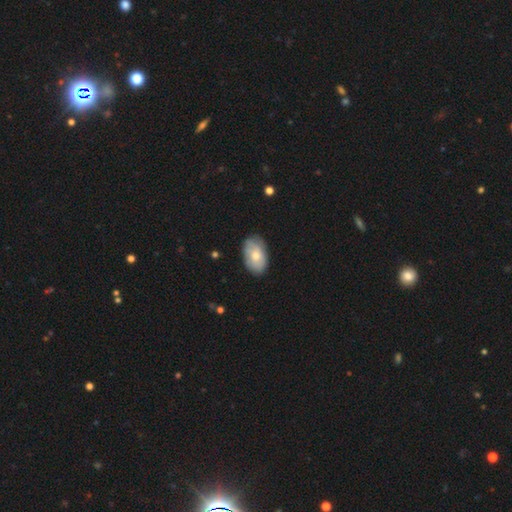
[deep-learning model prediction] Morphology: type=smooth (64%); roundness=in between (91%); merging=none (77%).